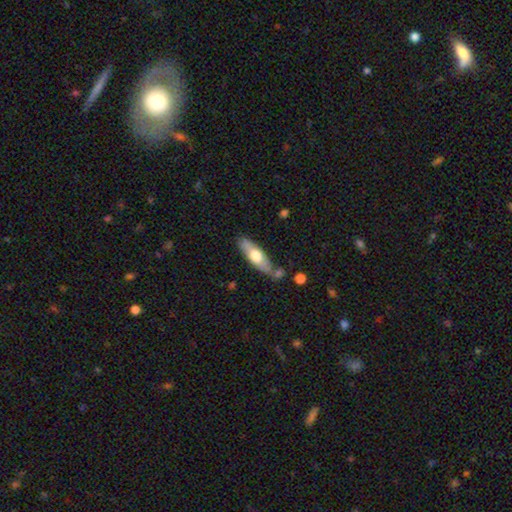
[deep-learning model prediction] smooth-or-featured: smooth: 55% | featured or disk: 40% | star or artifact: 5%
  how-rounded: cigar-shaped: 51% | in between: 47% | round: 2%
  merging: none: 72% | minor disturbance: 17% | merger: 8% | major disturbance: 4%